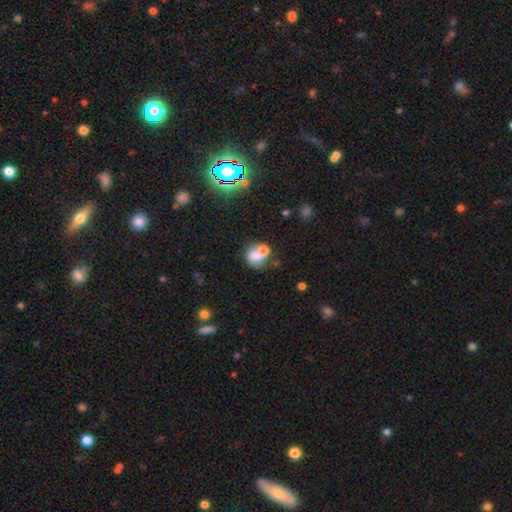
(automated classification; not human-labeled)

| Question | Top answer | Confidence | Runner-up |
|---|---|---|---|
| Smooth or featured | smooth | 66% | featured or disk (21%) |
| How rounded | round | 64% | in between (35%) |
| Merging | merger | 51% | none (30%) |